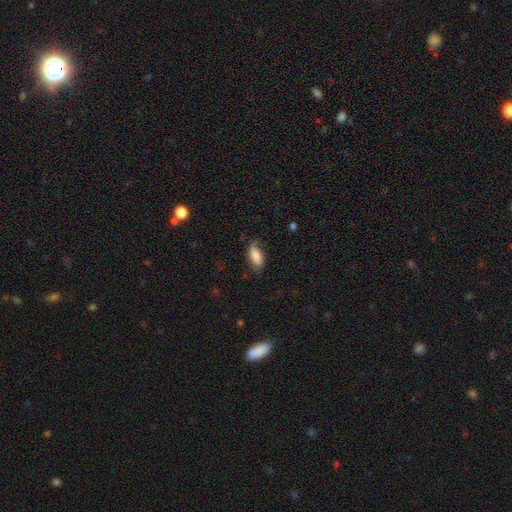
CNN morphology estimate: smooth-or-featured: smooth: 77% | featured or disk: 17% | star or artifact: 7%
  how-rounded: in between: 84% | cigar-shaped: 14% | round: 3%
  merging: none: 67% | minor disturbance: 25% | major disturbance: 7% | merger: 1%